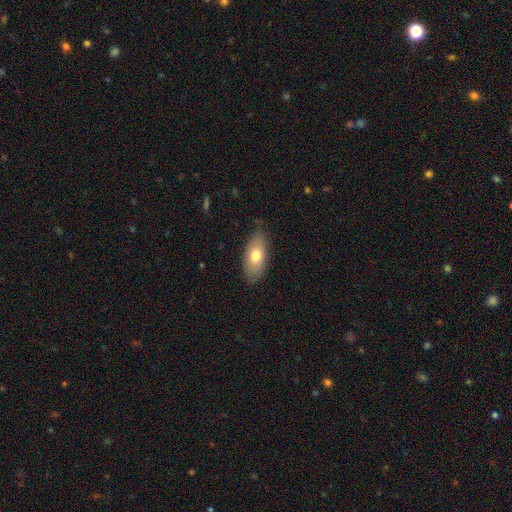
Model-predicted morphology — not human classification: This appears to be a smooth galaxy with no disk features (70%) that is in between round and cigar-shaped (88%). Merging: none (81%).